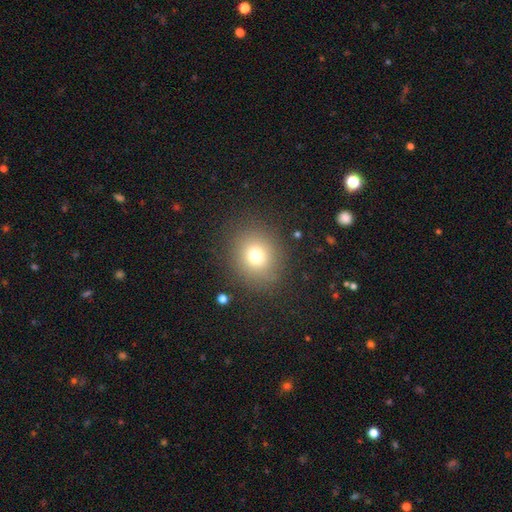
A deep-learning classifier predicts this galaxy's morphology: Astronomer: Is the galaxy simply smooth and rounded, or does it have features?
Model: smooth — 75%.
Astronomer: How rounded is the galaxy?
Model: round — 80%.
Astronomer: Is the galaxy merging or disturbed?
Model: none — 86%.